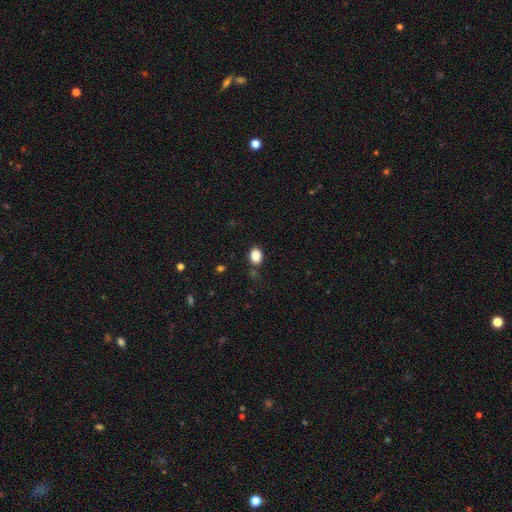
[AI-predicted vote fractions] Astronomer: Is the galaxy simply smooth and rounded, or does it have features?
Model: smooth — 86%.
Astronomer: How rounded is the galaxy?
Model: in between — 67%.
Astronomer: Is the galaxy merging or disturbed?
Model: none — 80%.